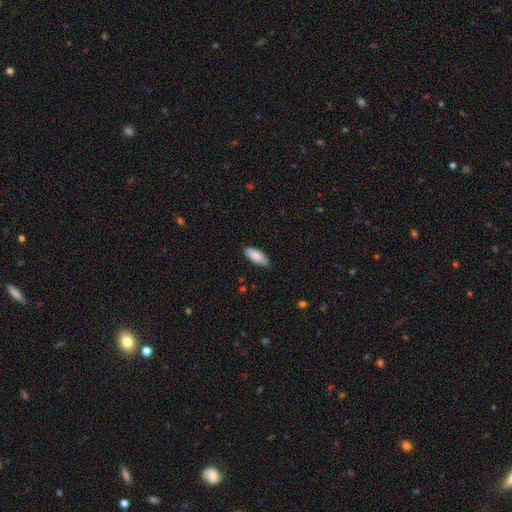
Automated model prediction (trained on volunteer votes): Morphology: type=smooth (86%); roundness=in between (77%); merging=none (87%).